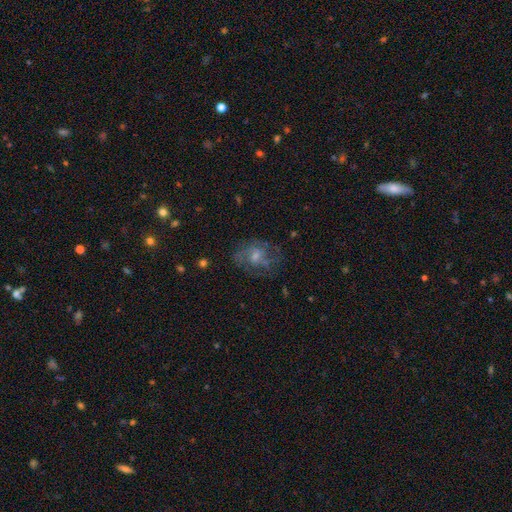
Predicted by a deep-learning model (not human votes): A featured or disk galaxy (64%) with no bar (61%), spiral arms (79%) and a small central bulge (46%).

Vote fractions:
- Smooth or featured? featured or disk: 64% / smooth: 22% / star or artifact: 15%
- Edge-on disk? no: 97% / yes: 3%
- Bar? no: 61% / weak: 33% / strong: 5%
- Spiral arms? yes: 79% / no: 21%
- Bulge size? small: 46% / moderate: 42% / none: 7% / large: 4% / dominant: 1%
- Merging? none: 67% / minor disturbance: 18% / major disturbance: 13% / merger: 2%